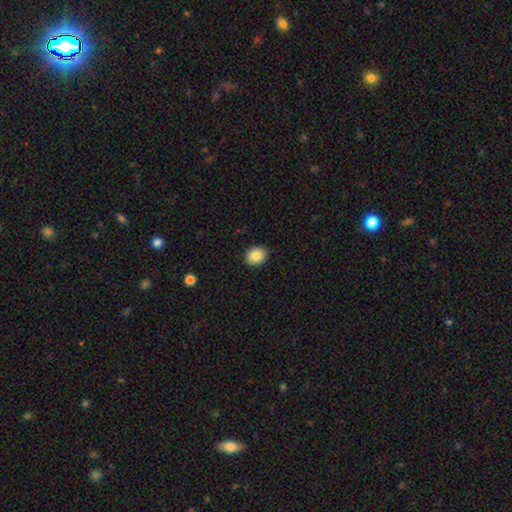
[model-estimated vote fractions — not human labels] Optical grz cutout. It shows a smooth galaxy with no disk features (86%) that is round (63%). Merging: none (90%).